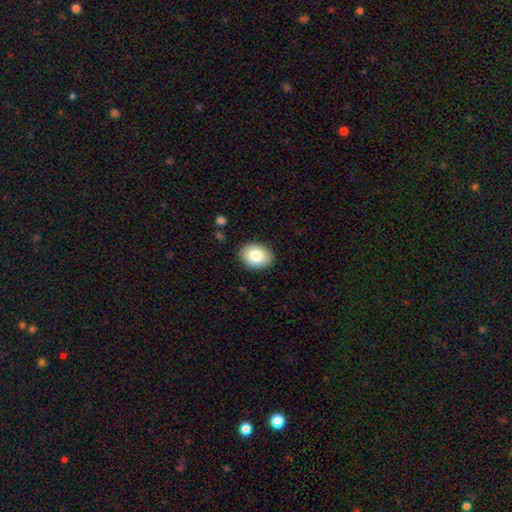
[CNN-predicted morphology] smooth_or_featured: smooth (p=0.84) [alt: featured or disk p=0.09]
how_rounded: in between (p=0.67) [alt: round p=0.32]
merging: none (p=0.88) [alt: minor disturbance p=0.09]